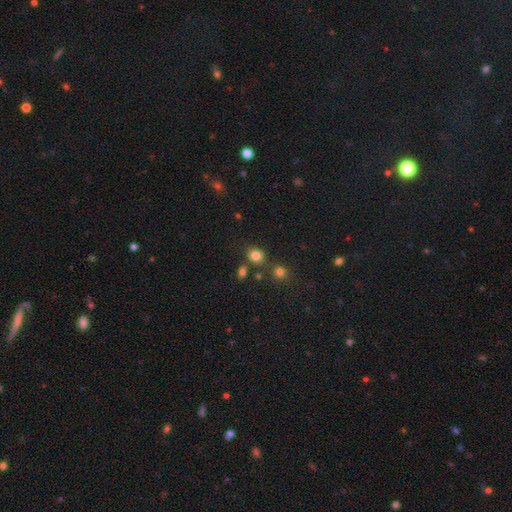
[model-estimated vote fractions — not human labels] smooth 81%, star or artifact 14%, featured or disk 5%. Down the decision tree: how rounded — round (57%); merging — none (70%).